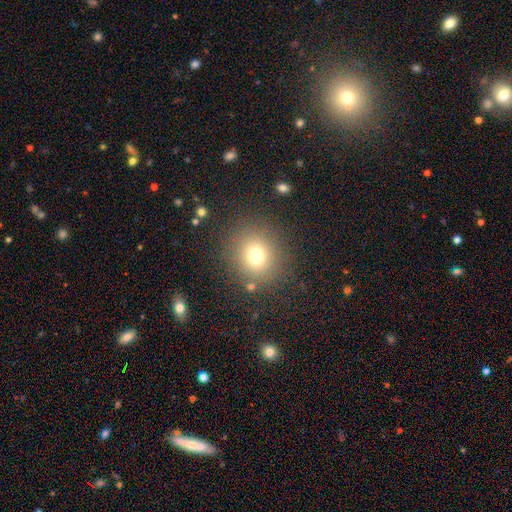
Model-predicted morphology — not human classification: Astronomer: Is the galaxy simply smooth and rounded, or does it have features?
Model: smooth — 73%.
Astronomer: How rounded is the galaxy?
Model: round — 84%.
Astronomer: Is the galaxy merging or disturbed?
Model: none — 84%.